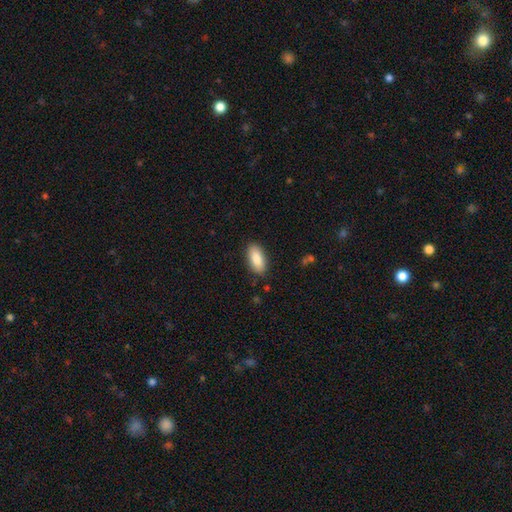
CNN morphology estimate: Smooth or featured? smooth (86%)
How rounded? in between (88%)
Merging? none (87%)